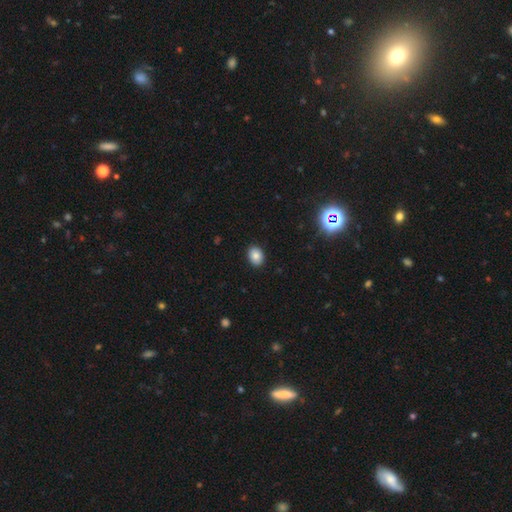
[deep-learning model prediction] Overall: smooth (83%). How rounded: in between (67%; round 32%). Merging: none (89%).